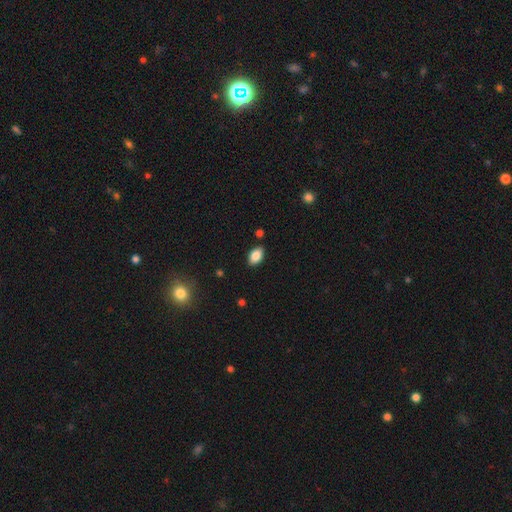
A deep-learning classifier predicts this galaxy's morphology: This appears to be a smooth galaxy with no disk features (86%) that is in between round and cigar-shaped (91%). Merging: none (87%).